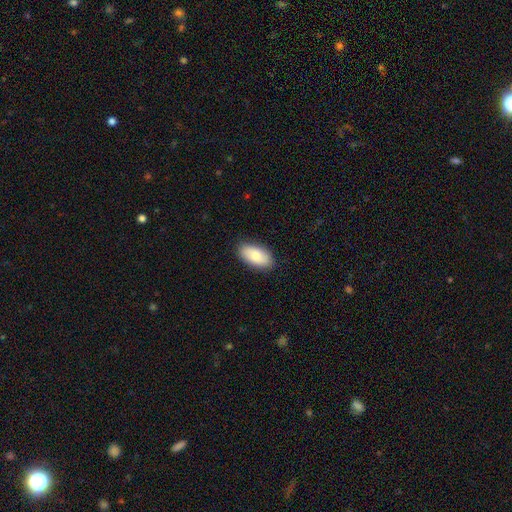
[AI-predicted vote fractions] smooth-or-featured: smooth: 80% | featured or disk: 14% | star or artifact: 6%
  how-rounded: in between: 94% | round: 3% | cigar-shaped: 3%
  merging: none: 87% | minor disturbance: 10% | major disturbance: 2% | merger: 1%